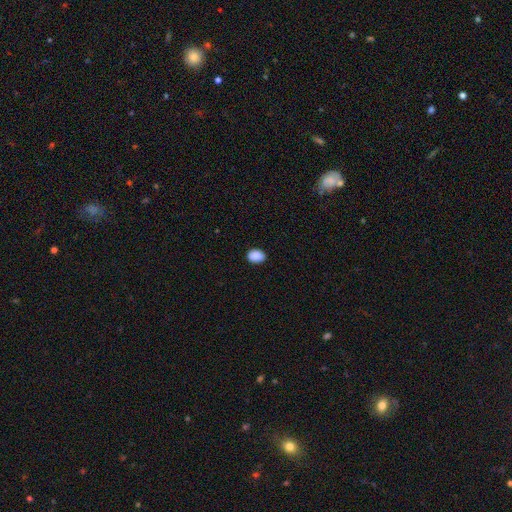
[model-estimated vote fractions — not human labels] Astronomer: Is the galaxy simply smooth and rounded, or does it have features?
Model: smooth — 90%.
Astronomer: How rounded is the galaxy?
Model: in between — 73%.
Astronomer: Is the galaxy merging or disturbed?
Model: none — 87%.